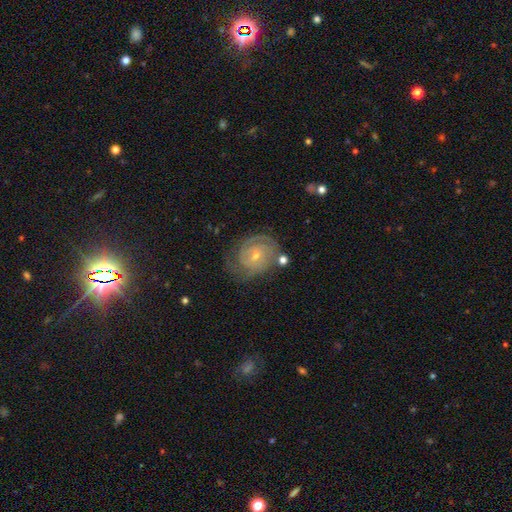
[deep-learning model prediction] Q: Smooth or featured?
A: featured or disk (82%); runner-up: smooth (10%)
Q: Edge-on disk?
A: no (97%); runner-up: yes (3%)
Q: Bar?
A: no (69%); runner-up: weak (25%)
Q: Spiral arms?
A: yes (96%); runner-up: no (4%)
Q: Spiral winding?
A: tight (74%); runner-up: medium (21%)
Q: Spiral arm count?
A: 2 (42%); runner-up: can't tell (24%)
Q: Bulge size?
A: small (70%); runner-up: moderate (26%)
Q: Merging?
A: none (73%); runner-up: minor disturbance (17%)